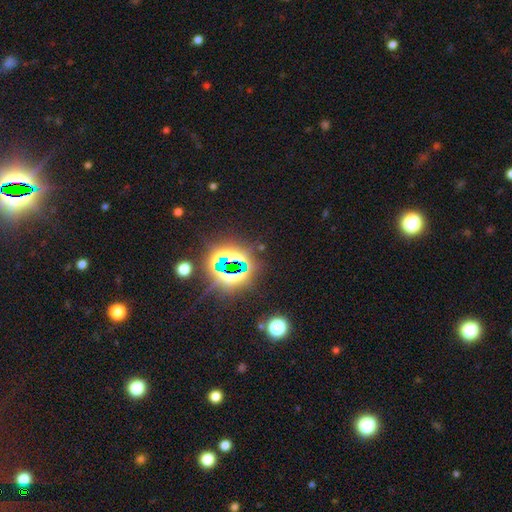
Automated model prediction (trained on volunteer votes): A star or artifact, not a galaxy (83%).